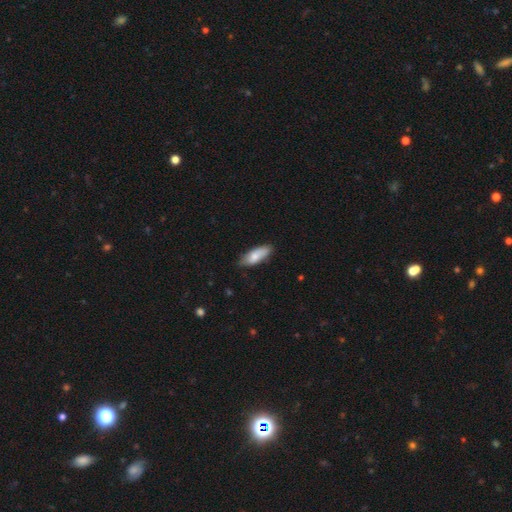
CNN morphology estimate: type=smooth (80%); roundness=in between (72%); merging=none (72%).